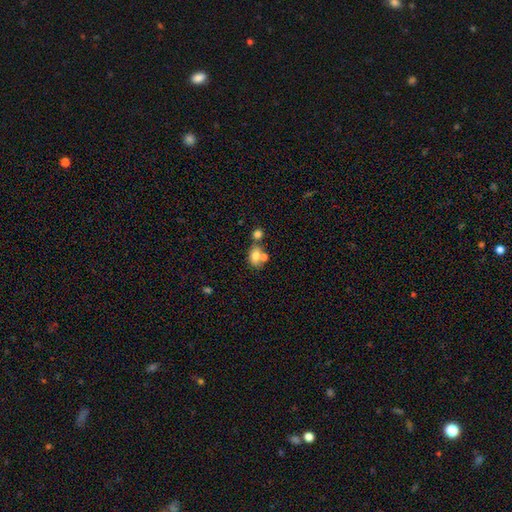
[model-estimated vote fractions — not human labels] The model was most divided on "merging": merger: 43%, none: 39%, minor disturbance: 13%, major disturbance: 6%. More confident: how rounded — in between (75%); smooth or featured — smooth (72%).